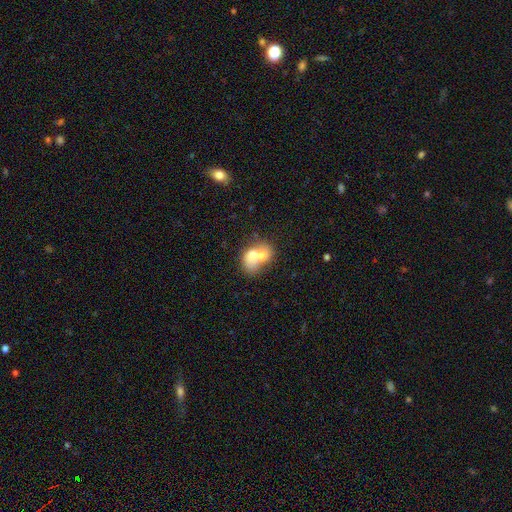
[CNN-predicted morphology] A smooth galaxy with no disk features (61%) that is in between round and cigar-shaped (60%).

Vote fractions:
- Smooth or featured? smooth: 61% / featured or disk: 31% / star or artifact: 8%
- How rounded? in between: 60% / round: 39% / cigar-shaped: 1%
- Merging? merger: 76% / none: 14% / minor disturbance: 6% / major disturbance: 4%